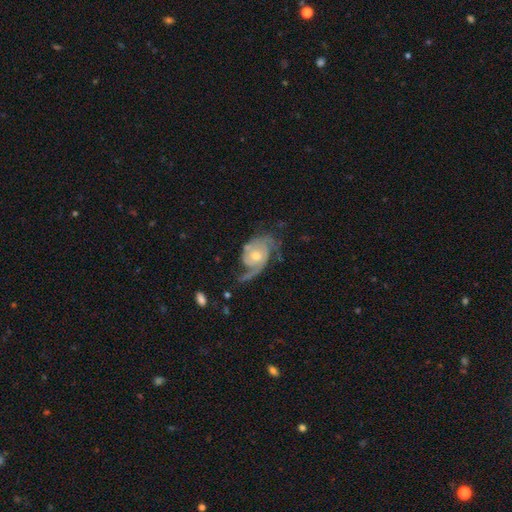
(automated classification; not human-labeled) Overall: featured or disk (84%). Edge-on disk: no (97%). Bar: no (72%). Spiral arms: yes (94%). Spiral arm count: 2 (57%; 1 25%). Spiral winding: medium (40%; loose 33%). Bulge size: moderate (57%; small 37%). Merging: none (45%; major disturbance 28%).